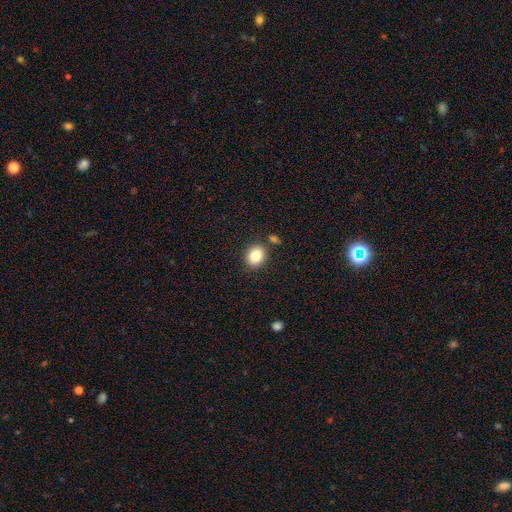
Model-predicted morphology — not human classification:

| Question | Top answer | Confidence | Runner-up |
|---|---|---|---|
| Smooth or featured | smooth | 83% | star or artifact (9%) |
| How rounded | round | 62% | in between (37%) |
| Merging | none | 83% | minor disturbance (8%) |